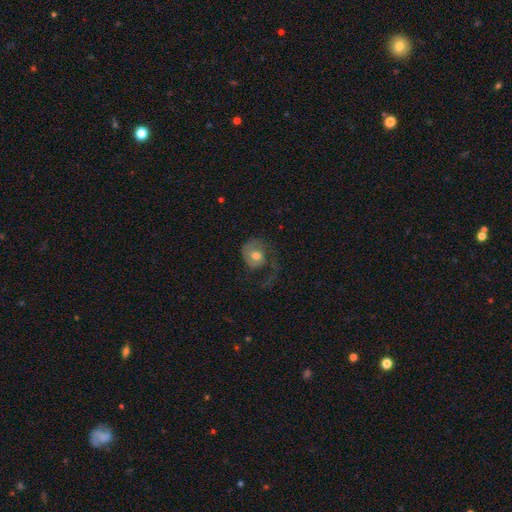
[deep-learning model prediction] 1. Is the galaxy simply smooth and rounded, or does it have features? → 59% featured or disk, 34% smooth, 7% star or artifact.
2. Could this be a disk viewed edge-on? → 97% no, 3% yes.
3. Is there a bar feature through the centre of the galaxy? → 73% no, 23% weak, 4% strong.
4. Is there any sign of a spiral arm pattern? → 80% yes, 20% no.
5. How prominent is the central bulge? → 68% moderate, 15% large, 14% small, 2% dominant, 2% none.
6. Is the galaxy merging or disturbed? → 45% major disturbance, 35% none, 18% minor disturbance, 2% merger.